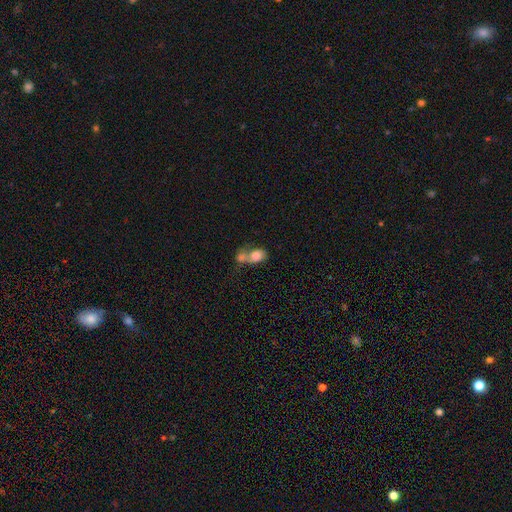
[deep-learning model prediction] Smooth or featured? smooth (75%)
How rounded? in between (65%)
Merging? merger (69%)